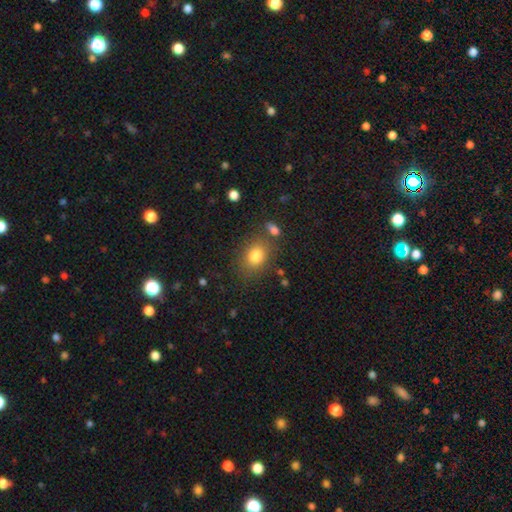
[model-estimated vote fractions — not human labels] Overall: smooth (82%). How rounded: in between (58%; round 40%). Merging: none (75%).